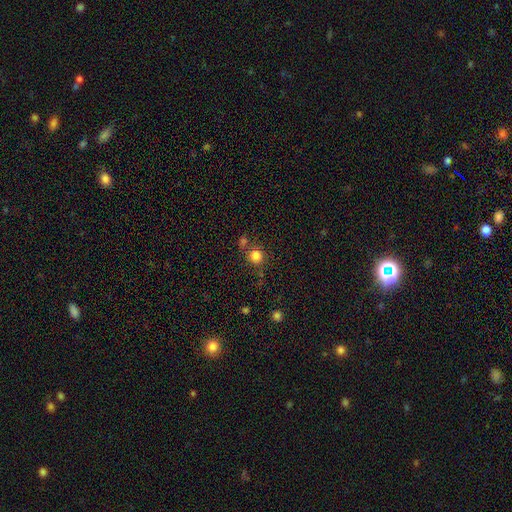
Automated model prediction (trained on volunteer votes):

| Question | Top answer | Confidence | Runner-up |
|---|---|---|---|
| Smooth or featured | smooth | 81% | star or artifact (13%) |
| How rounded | round | 90% | in between (9%) |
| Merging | none | 70% | merger (15%) |